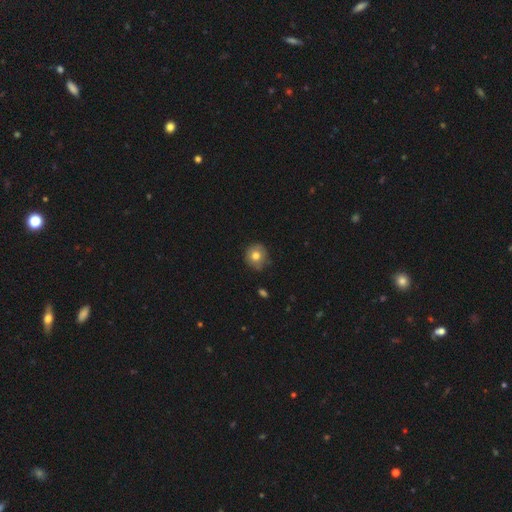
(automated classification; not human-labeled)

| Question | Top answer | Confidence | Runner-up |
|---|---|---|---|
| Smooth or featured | smooth | 76% | featured or disk (14%) |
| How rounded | round | 87% | in between (12%) |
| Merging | none | 78% | minor disturbance (17%) |